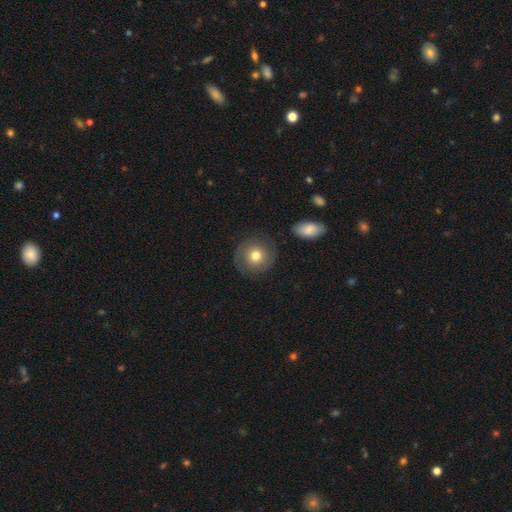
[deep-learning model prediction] This appears to be a smooth galaxy with no disk features (53%) that is round (89%). Merging: none (82%).